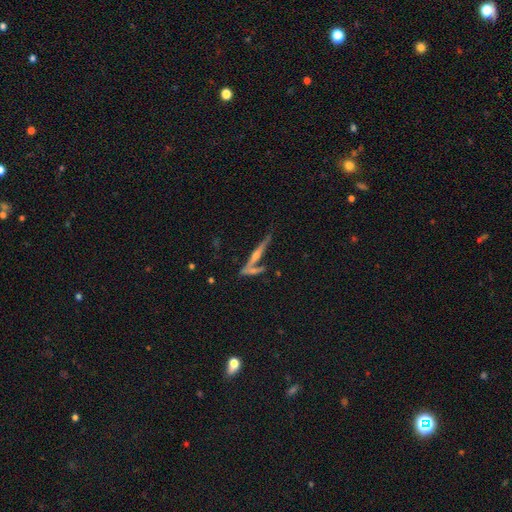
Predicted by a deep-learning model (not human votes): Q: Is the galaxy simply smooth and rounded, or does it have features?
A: featured or disk — 68%.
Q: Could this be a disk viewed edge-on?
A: yes — 92%.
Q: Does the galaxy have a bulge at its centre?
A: rounded — 75%.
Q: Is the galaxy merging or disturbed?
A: none — 58%.